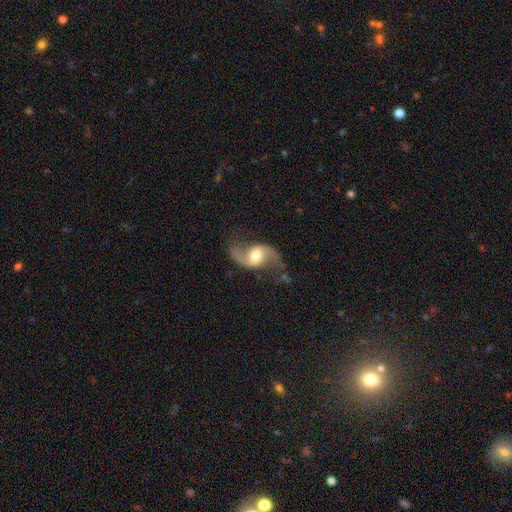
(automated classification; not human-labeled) smooth-or-featured: featured or disk: 89% | smooth: 6% | star or artifact: 4%
  disk-edge-on: no: 97% | yes: 3%
    bar: weak: 45% | no: 38% | strong: 17%
    has-spiral-arms: yes: 97% | no: 3%
      spiral-winding: loose: 71% | medium: 25% | tight: 4%
      spiral-arm-count: 2: 94% | 1: 2% | can't tell: 1% | 3: 1% | 4: 1% | more than 4: 1%
    bulge-size: moderate: 67% | large: 15% | small: 15% | none: 2% | dominant: 2%
  merging: none: 75% | minor disturbance: 15% | major disturbance: 7% | merger: 2%